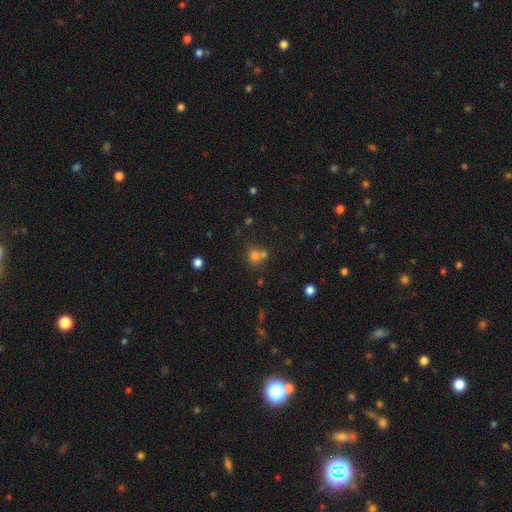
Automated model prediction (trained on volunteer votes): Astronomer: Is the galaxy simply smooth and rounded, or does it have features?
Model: smooth — 69%.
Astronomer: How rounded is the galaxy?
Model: round — 80%.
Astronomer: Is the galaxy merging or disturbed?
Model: none — 46% (runner-up: merger, 42%).